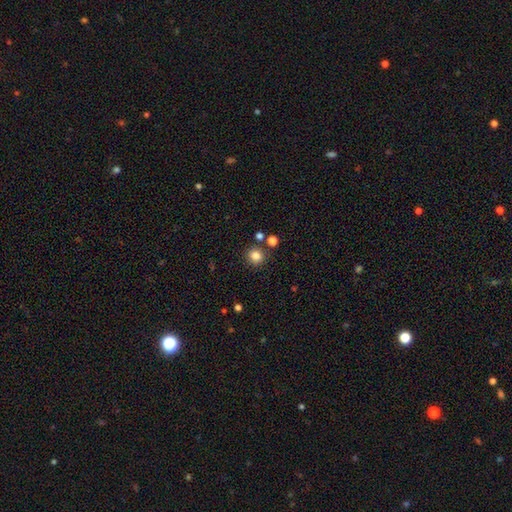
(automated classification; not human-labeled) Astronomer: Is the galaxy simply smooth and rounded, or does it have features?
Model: smooth — 83%.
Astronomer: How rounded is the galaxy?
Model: round — 92%.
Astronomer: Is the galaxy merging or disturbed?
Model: none — 84%.